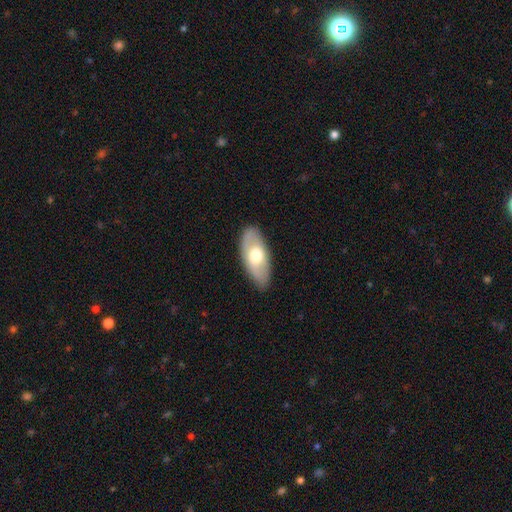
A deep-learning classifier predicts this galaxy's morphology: A smooth galaxy with no disk features (58%) that is in between round and cigar-shaped (89%).

Vote fractions:
- Smooth or featured? smooth: 58% / featured or disk: 37% / star or artifact: 5%
- How rounded? in between: 89% / cigar-shaped: 8% / round: 3%
- Merging? none: 84% / minor disturbance: 13% / major disturbance: 3% / merger: 1%